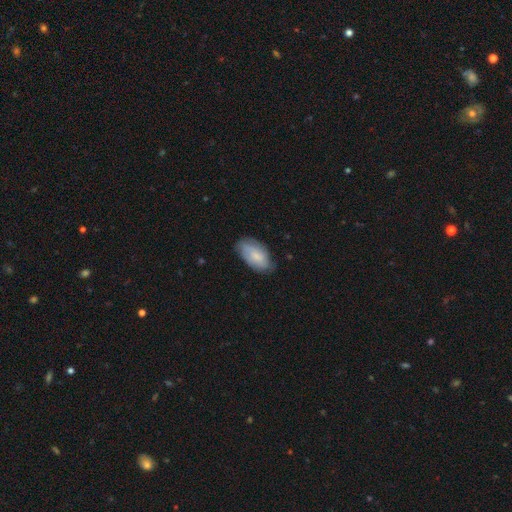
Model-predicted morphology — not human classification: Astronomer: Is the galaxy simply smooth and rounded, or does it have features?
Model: smooth — 62%.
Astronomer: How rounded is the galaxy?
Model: in between — 94%.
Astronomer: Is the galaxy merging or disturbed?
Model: none — 71%.